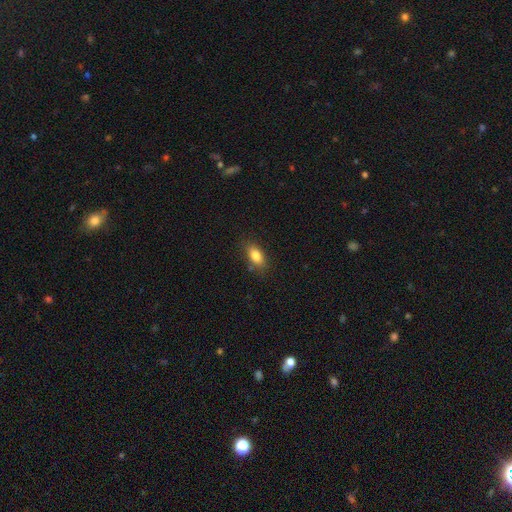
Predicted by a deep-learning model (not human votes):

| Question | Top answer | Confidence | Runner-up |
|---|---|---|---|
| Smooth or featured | smooth | 83% | featured or disk (9%) |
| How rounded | in between | 87% | cigar-shaped (7%) |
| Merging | none | 81% | minor disturbance (14%) |